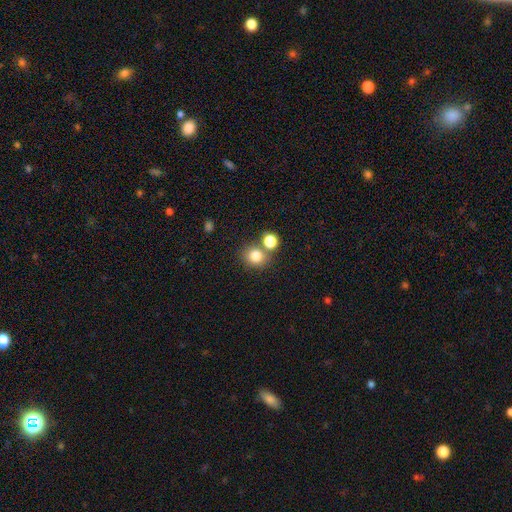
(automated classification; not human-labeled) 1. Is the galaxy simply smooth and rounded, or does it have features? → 79% smooth, 13% star or artifact, 7% featured or disk.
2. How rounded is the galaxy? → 80% round, 19% in between, 1% cigar-shaped.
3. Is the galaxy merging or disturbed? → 66% none, 21% merger, 9% minor disturbance, 3% major disturbance.